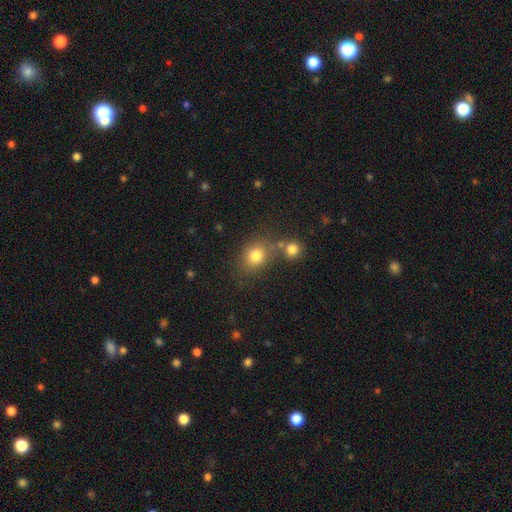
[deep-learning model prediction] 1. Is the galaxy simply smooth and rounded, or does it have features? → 79% smooth, 13% star or artifact, 8% featured or disk.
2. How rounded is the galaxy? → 57% round, 42% in between, 1% cigar-shaped.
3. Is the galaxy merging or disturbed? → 62% none, 20% merger, 13% minor disturbance, 5% major disturbance.